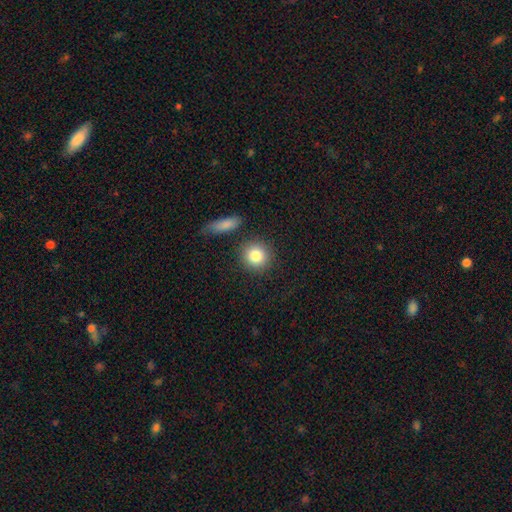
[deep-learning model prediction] Smooth or featured? Predicted: smooth (p=0.84). How rounded? Predicted: round (p=0.89). Merging? Predicted: none (p=0.84).